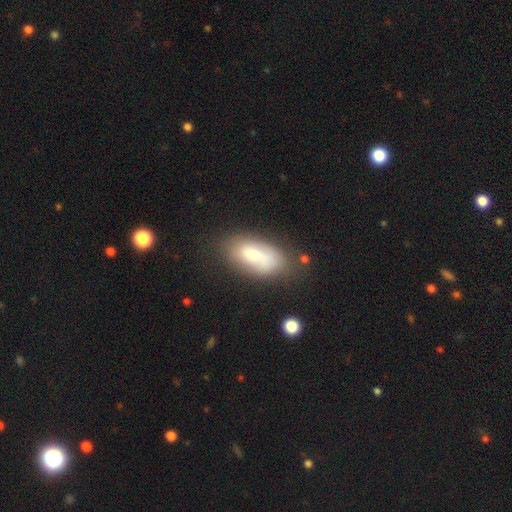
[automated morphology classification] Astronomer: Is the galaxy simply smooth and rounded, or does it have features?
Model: smooth — 68%.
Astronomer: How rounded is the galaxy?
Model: in between — 90%.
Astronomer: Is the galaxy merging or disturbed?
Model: none — 59%.